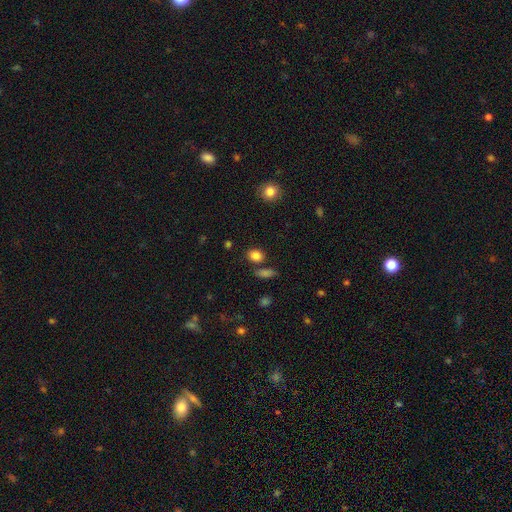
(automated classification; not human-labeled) Smooth or featured: smooth — 84% (star or artifact — 11%)
How rounded: round — 53% (in between — 45%)
Merging: none — 77% (minor disturbance — 11%)